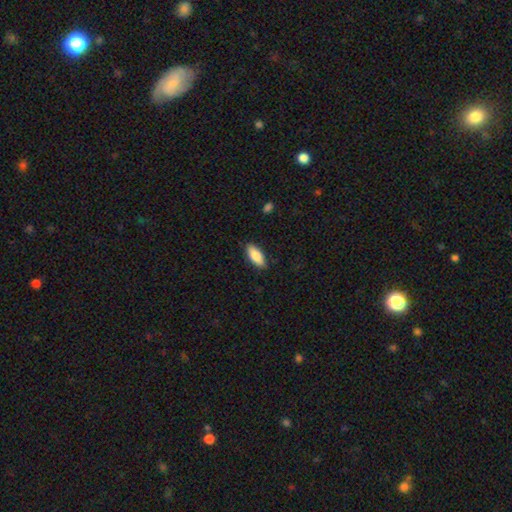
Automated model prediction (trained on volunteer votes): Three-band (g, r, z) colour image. It shows a smooth galaxy with no disk features (81%) that is in between round and cigar-shaped (78%). Merging: none (87%).